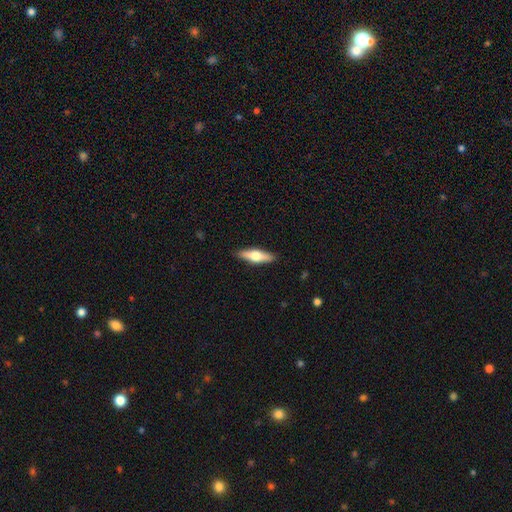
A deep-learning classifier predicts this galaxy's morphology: smooth_or_featured: smooth (p=0.49) [alt: featured or disk p=0.45]
merging: none (p=0.90) [alt: minor disturbance p=0.08]